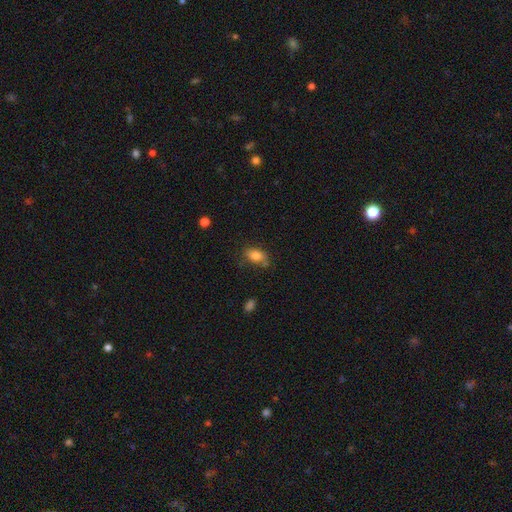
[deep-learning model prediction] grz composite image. It shows a smooth galaxy with no disk features (80%) that is in between round and cigar-shaped (83%). Merging: none (57%).